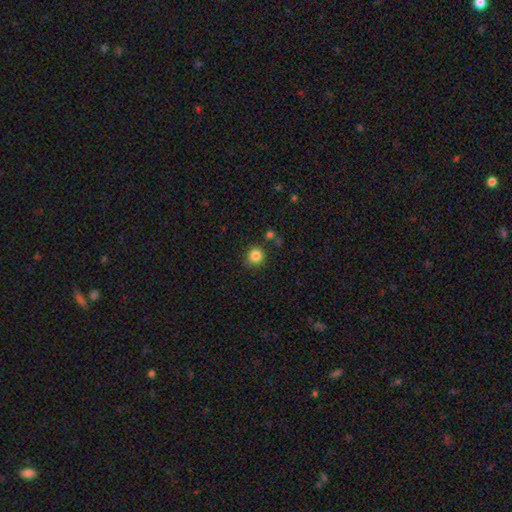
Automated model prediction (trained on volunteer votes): smooth 84%, star or artifact 11%, featured or disk 4%. Down the decision tree: how rounded — round (92%); merging — none (82%).